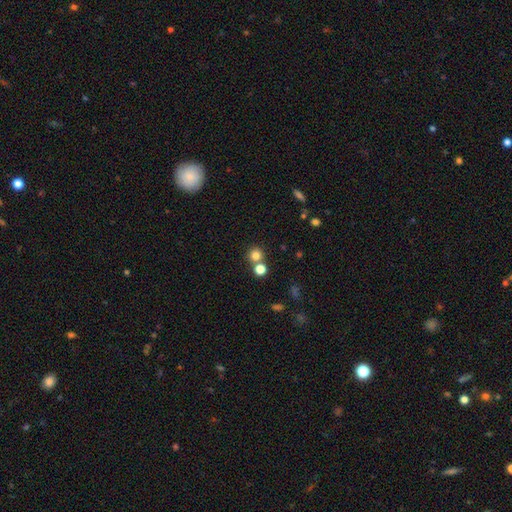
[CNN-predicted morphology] A smooth galaxy with no disk features (78%) that is round (92%). Merging: none (65%).